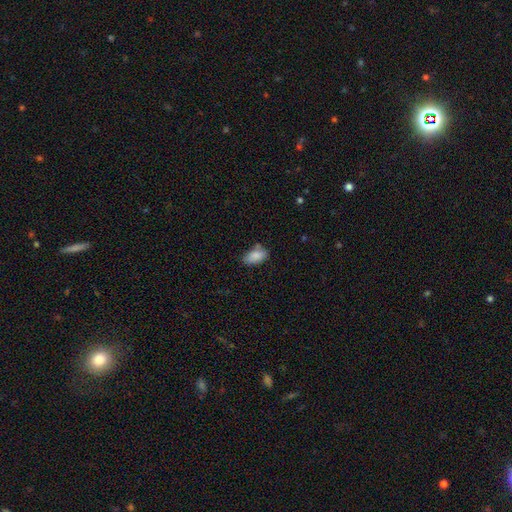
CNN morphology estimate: This appears to be a smooth galaxy with no disk features (86%) that is in between round and cigar-shaped (93%). Merging: none (70%).